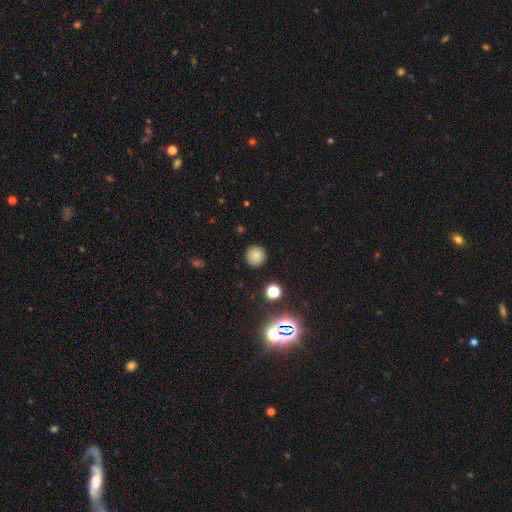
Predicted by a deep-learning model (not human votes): Smooth or featured?
  - smooth: 76% *
  - star or artifact: 14%
  - featured or disk: 10%
How rounded?
  - round: 95% *
  - in between: 4%
  - cigar-shaped: 1%
Merging?
  - none: 90% *
  - minor disturbance: 7%
  - major disturbance: 2%
  - merger: 1%